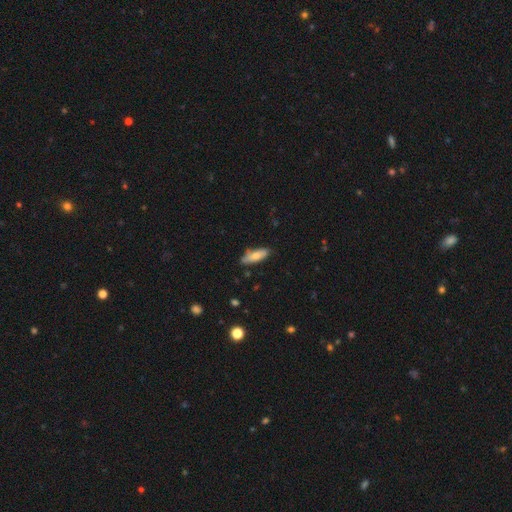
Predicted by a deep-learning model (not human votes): Q: Smooth or featured?
A: smooth (75%); runner-up: featured or disk (19%)
Q: How rounded?
A: in between (55%); runner-up: cigar-shaped (43%)
Q: Merging?
A: none (74%); runner-up: minor disturbance (20%)